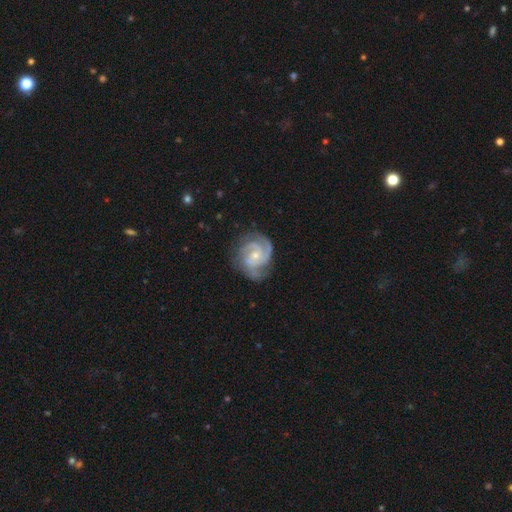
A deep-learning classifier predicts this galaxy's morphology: Smooth or featured?
  - featured or disk: 89% *
  - smooth: 7%
  - star or artifact: 5%
Edge-on disk?
  - no: 98% *
  - yes: 2%
Bar?
  - no: 64% *
  - weak: 31%
  - strong: 6%
Spiral arms?
  - yes: 98% *
  - no: 2%
Spiral winding?
  - tight: 55% *
  - medium: 39%
  - loose: 6%
Spiral arm count?
  - 3: 41% *
  - 2: 39%
  - can't tell: 8%
  - 4: 5%
  - 1: 4%
  - more than 4: 3%
Bulge size?
  - small: 61% *
  - moderate: 34%
  - none: 3%
  - large: 1%
  - dominant: 1%
Merging?
  - none: 70% *
  - minor disturbance: 21%
  - major disturbance: 8%
  - merger: 2%